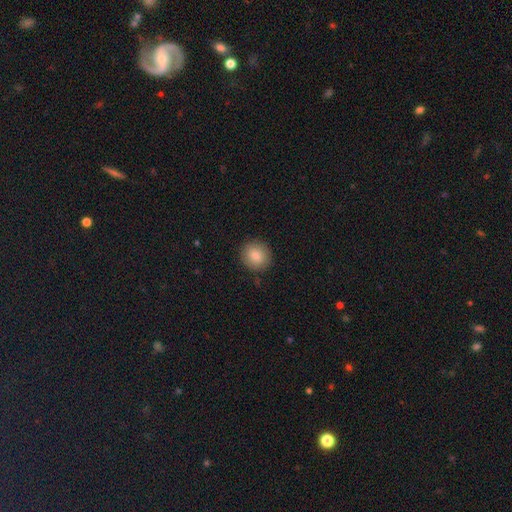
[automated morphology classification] smooth-or-featured: smooth: 86% | star or artifact: 8% | featured or disk: 7%
  how-rounded: round: 85% | in between: 14% | cigar-shaped: 1%
  merging: none: 88% | minor disturbance: 8% | major disturbance: 2% | merger: 1%